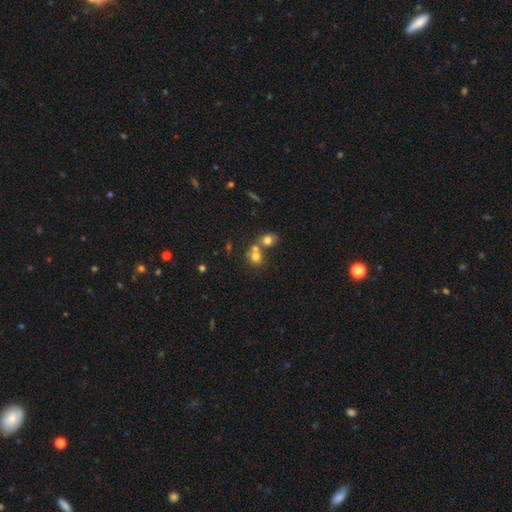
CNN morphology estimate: Q: Smooth or featured?
A: smooth (69%); runner-up: featured or disk (16%)
Q: How rounded?
A: round (73%); runner-up: in between (26%)
Q: Merging?
A: merger (55%); runner-up: none (34%)